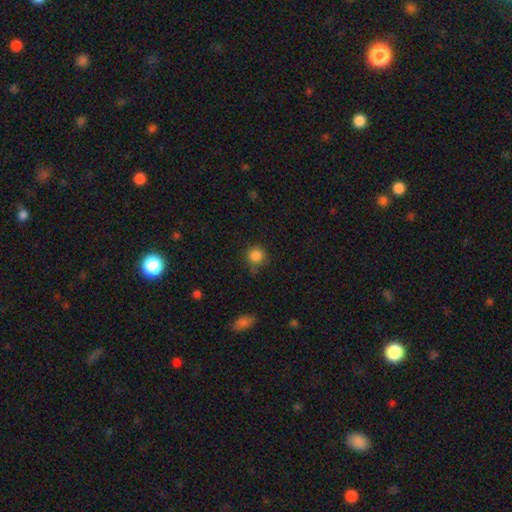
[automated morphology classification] Smooth or featured? smooth (86%)
How rounded? round (92%)
Merging? none (73%)